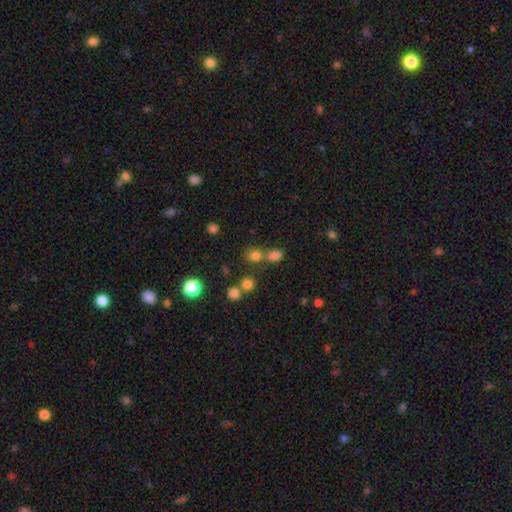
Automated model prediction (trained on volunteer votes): Smooth or featured: smooth — 74% (star or artifact — 19%)
How rounded: round — 67% (in between — 31%)
Merging: none — 58% (merger — 27%)